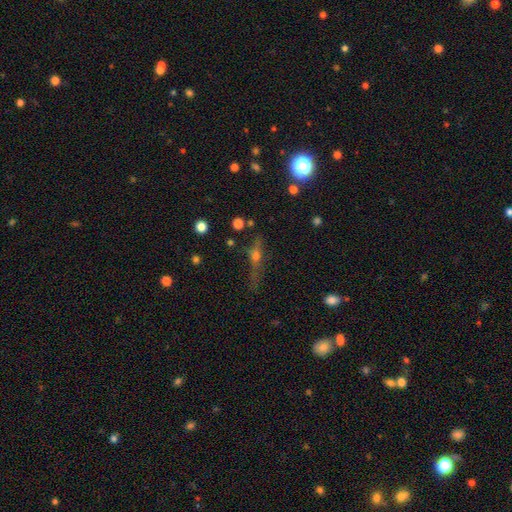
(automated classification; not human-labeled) Smooth or featured? featured or disk (45%)
Merging? none (64%)